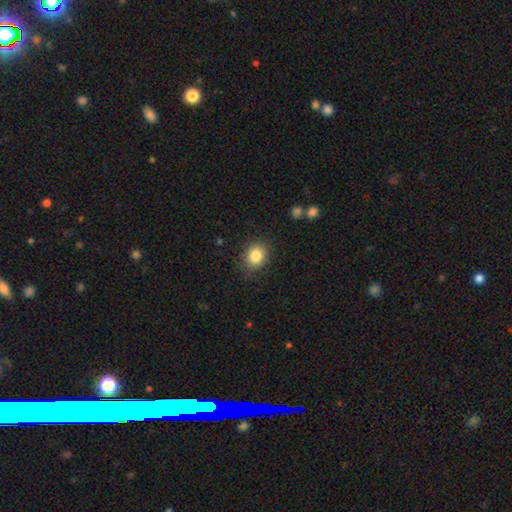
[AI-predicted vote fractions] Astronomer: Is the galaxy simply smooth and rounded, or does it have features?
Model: smooth — 84%.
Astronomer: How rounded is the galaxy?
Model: round — 65%.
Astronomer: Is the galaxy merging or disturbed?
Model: none — 83%.